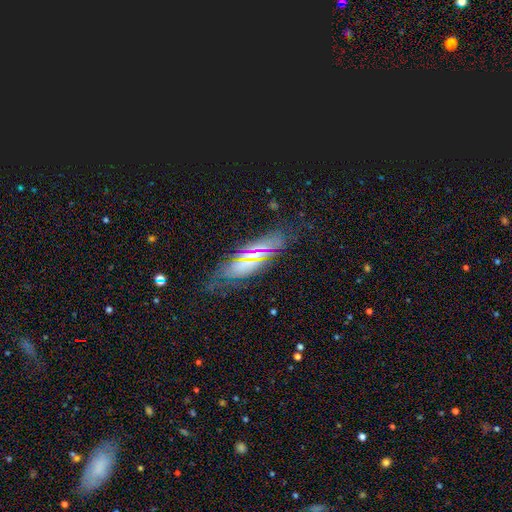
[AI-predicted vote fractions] featured or disk 42%, smooth 31%, star or artifact 27%. Down the decision tree: merging — none (77%).